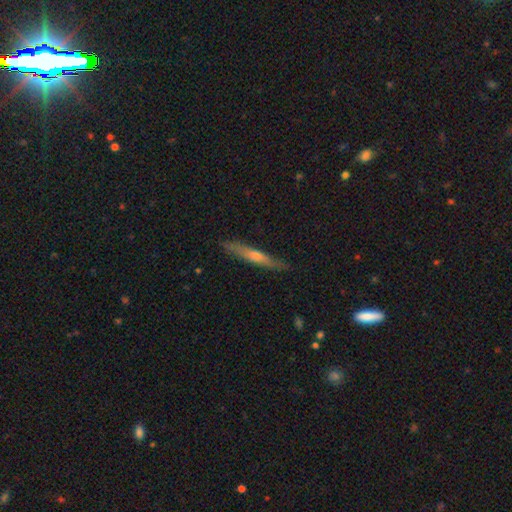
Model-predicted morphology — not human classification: This is possibly a featured or disk galaxy (54%). It is clearly viewed edge-on (92%). Merging: clearly none (86%).